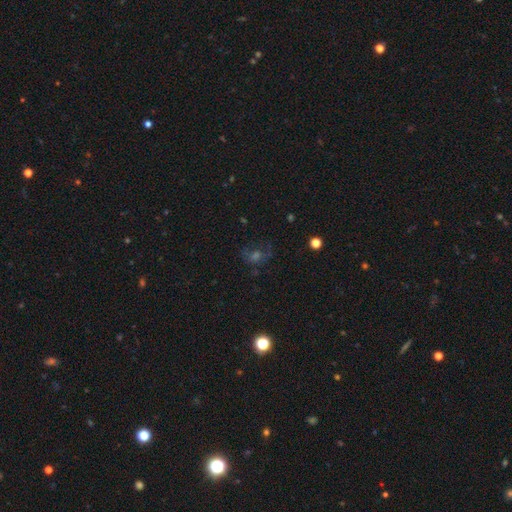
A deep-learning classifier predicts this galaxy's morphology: A star or artifact, not a galaxy (37%).